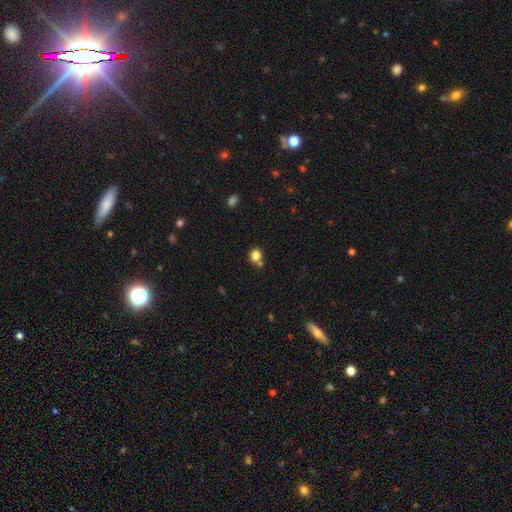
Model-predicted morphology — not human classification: This appears to be a smooth galaxy with no disk features (82%) that is round (84%). Merging: none (64%).